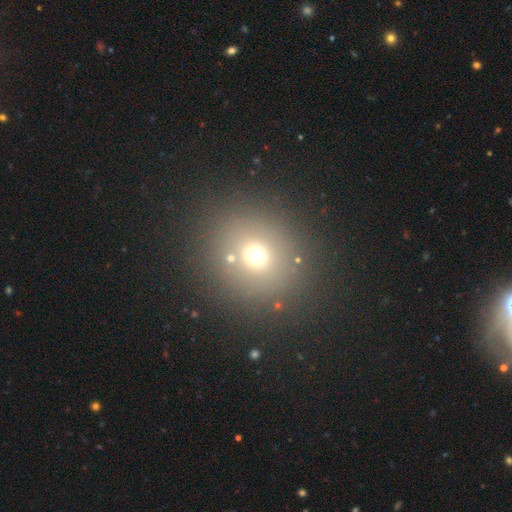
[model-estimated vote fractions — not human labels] smooth 66%, star or artifact 24%, featured or disk 11%. Down the decision tree: how rounded — round (89%); merging — none (83%).